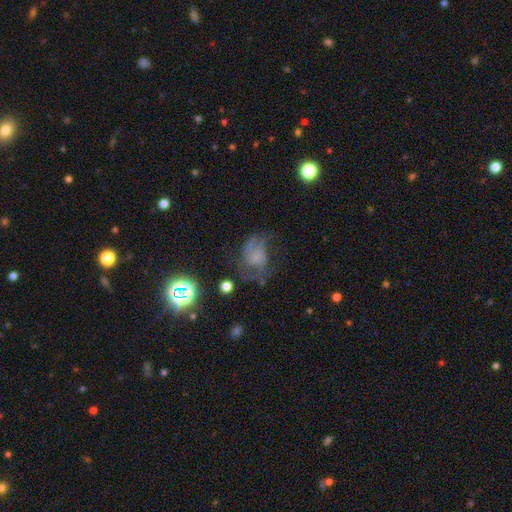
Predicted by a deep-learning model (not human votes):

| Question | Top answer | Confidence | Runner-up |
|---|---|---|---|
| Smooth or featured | featured or disk | 50% | smooth (32%) |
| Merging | none | 41% | major disturbance (31%) |